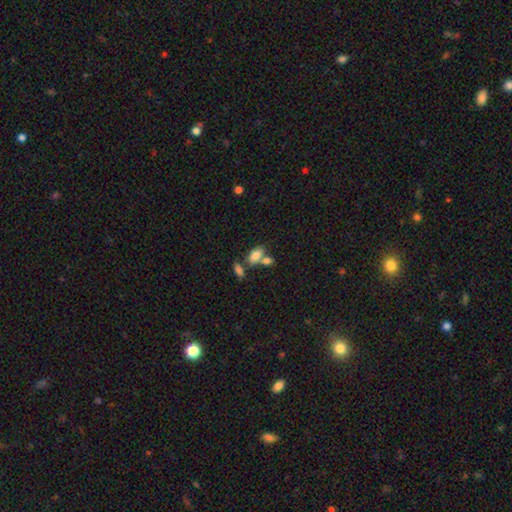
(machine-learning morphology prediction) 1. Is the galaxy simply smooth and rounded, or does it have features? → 81% smooth, 10% featured or disk, 9% star or artifact.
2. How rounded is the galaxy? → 90% in between, 6% round, 4% cigar-shaped.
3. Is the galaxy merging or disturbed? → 43% none, 40% merger, 11% minor disturbance, 5% major disturbance.